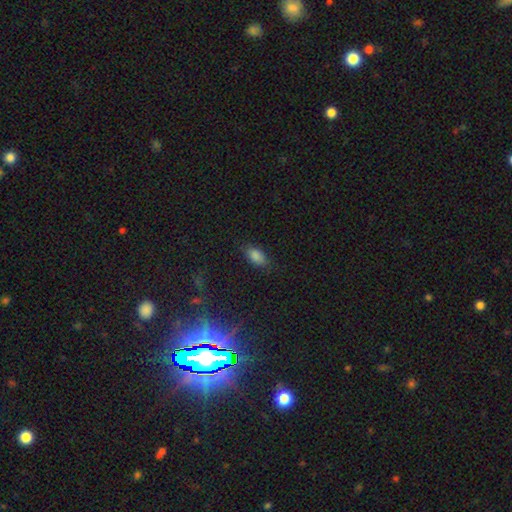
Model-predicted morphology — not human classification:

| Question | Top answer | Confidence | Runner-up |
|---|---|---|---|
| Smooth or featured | smooth | 83% | star or artifact (11%) |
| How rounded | in between | 91% | cigar-shaped (5%) |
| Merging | none | 80% | minor disturbance (15%) |